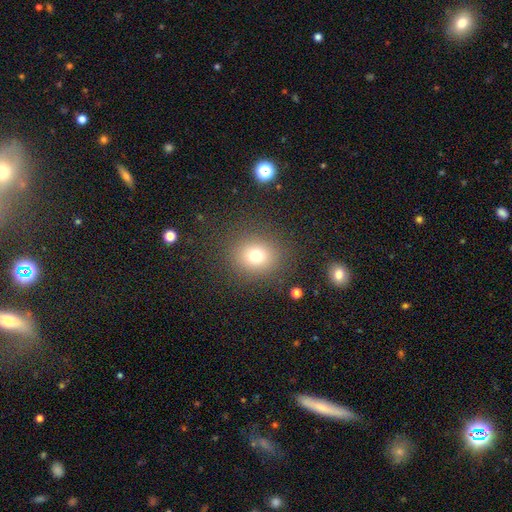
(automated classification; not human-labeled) Smooth or featured?
  - smooth: 74% *
  - star or artifact: 16%
  - featured or disk: 10%
How rounded?
  - round: 82% *
  - in between: 17%
  - cigar-shaped: 1%
Merging?
  - none: 86% *
  - minor disturbance: 8%
  - major disturbance: 5%
  - merger: 1%